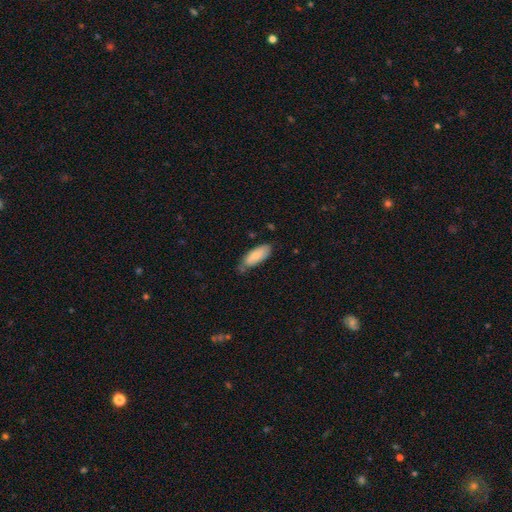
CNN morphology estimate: Smooth or featured? smooth (78%)
How rounded? in between (80%)
Merging? none (62%)